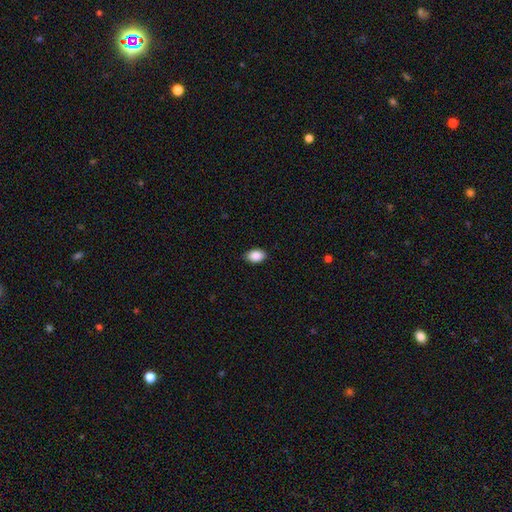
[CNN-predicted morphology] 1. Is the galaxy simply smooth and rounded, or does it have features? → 89% smooth, 7% star or artifact, 3% featured or disk.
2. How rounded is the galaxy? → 86% in between, 12% round, 1% cigar-shaped.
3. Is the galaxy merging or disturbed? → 86% none, 11% minor disturbance, 2% major disturbance, 1% merger.